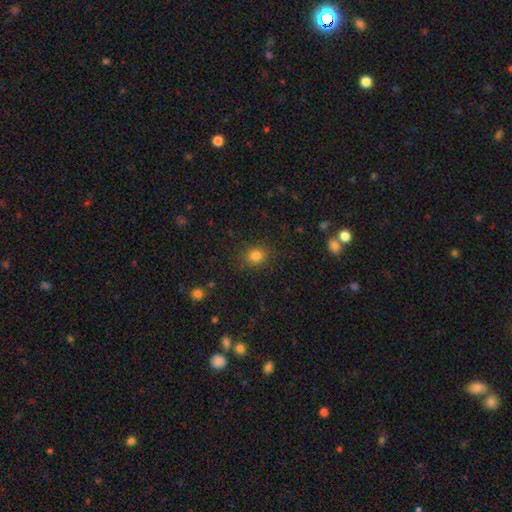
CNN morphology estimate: Smooth or featured?
  - smooth: 81% *
  - star or artifact: 13%
  - featured or disk: 6%
How rounded?
  - round: 69% *
  - in between: 29%
  - cigar-shaped: 1%
Merging?
  - none: 86% *
  - minor disturbance: 10%
  - major disturbance: 3%
  - merger: 1%